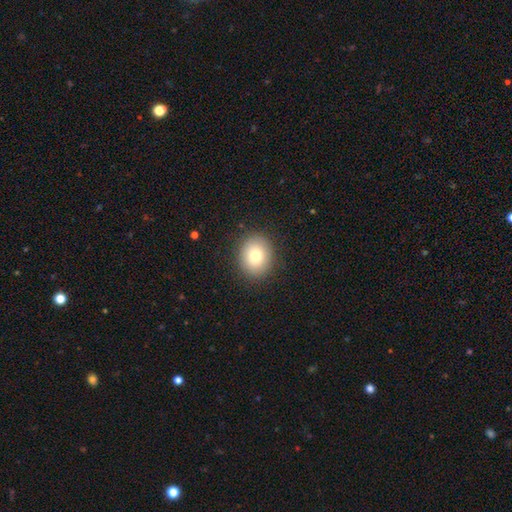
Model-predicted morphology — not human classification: smooth 78%, featured or disk 12%, star or artifact 10%. Down the decision tree: how rounded — round (68%); merging — none (88%).